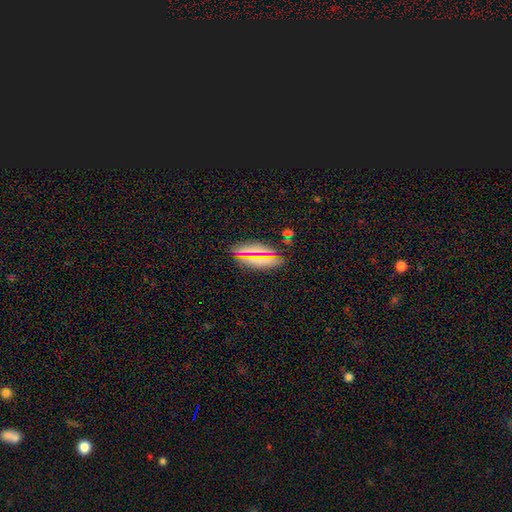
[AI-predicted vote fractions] Smooth or featured?
  - smooth: 54% *
  - star or artifact: 24%
  - featured or disk: 22%
How rounded?
  - in between: 46% *
  - cigar-shaped: 44%
  - round: 10%
Merging?
  - none: 76% *
  - minor disturbance: 14%
  - major disturbance: 5%
  - merger: 5%